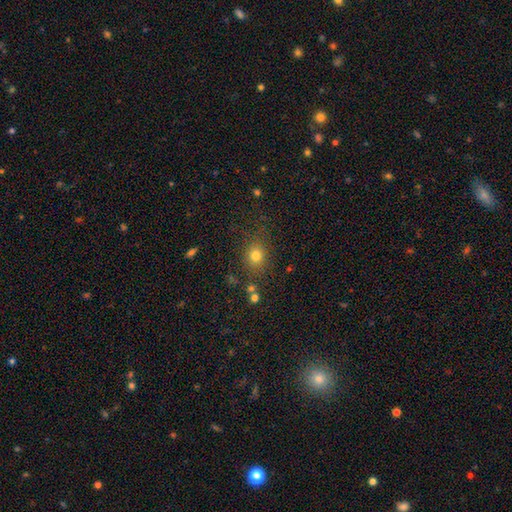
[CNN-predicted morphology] This appears to be a smooth galaxy with no disk features (77%) that is round (72%). Merging: none (78%).